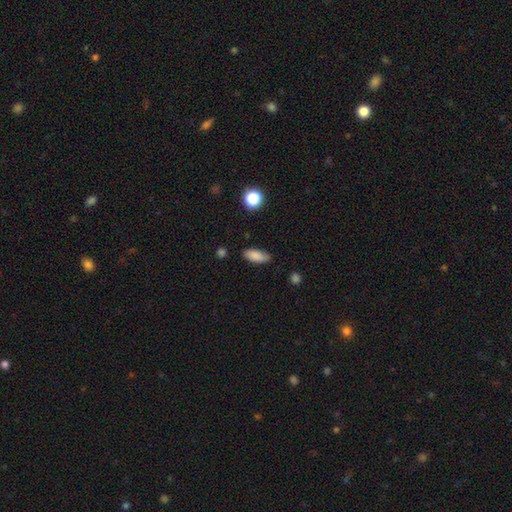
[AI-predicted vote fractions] A smooth galaxy with no disk features (85%) that is in between round and cigar-shaped (82%). Merging: none (77%).